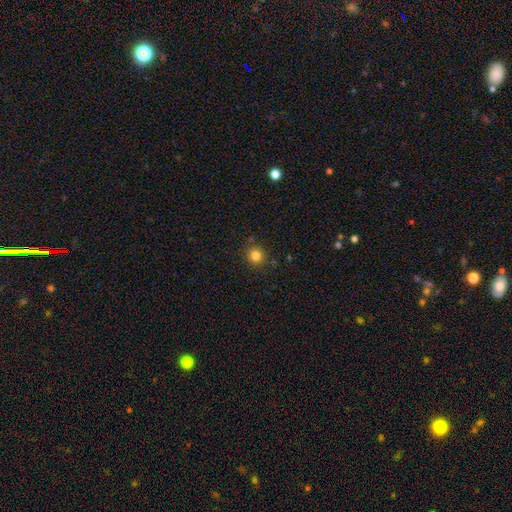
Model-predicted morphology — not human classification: Smooth or featured: smooth — 82% (star or artifact — 13%)
How rounded: round — 91% (in between — 8%)
Merging: none — 87% (minor disturbance — 8%)